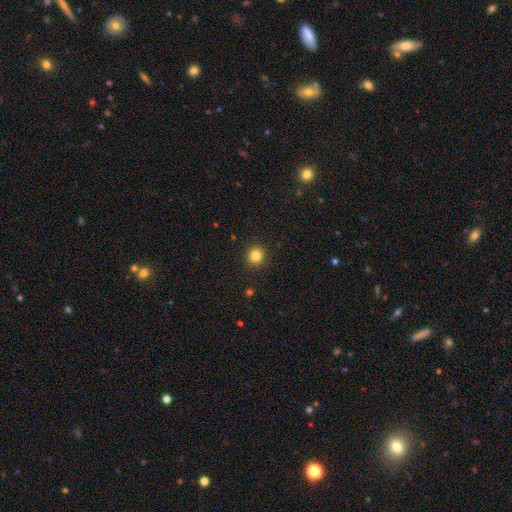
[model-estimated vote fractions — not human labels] A smooth galaxy with no disk features (83%) that is round (93%).

Vote fractions:
- Smooth or featured? smooth: 83% / star or artifact: 12% / featured or disk: 5%
- How rounded? round: 93% / in between: 6% / cigar-shaped: 1%
- Merging? none: 92% / minor disturbance: 5% / major disturbance: 2% / merger: 1%